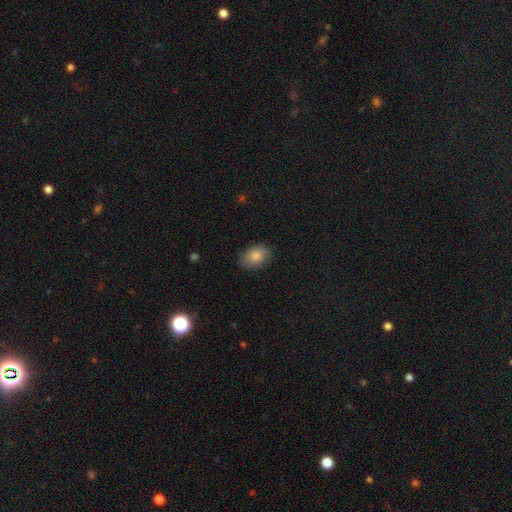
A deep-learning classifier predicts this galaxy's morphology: Q: Smooth or featured?
A: smooth (85%); runner-up: featured or disk (8%)
Q: How rounded?
A: in between (78%); runner-up: round (21%)
Q: Merging?
A: none (84%); runner-up: minor disturbance (12%)